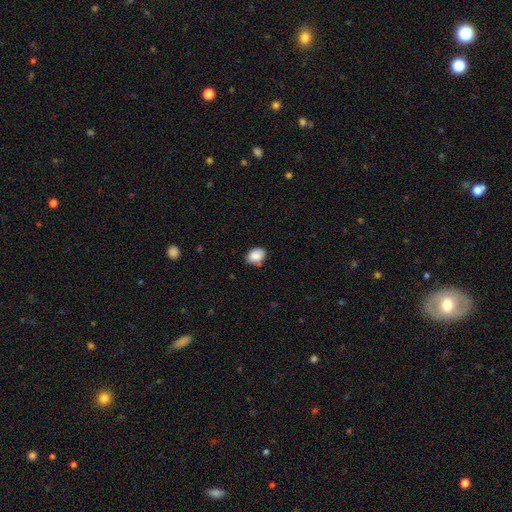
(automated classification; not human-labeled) smooth_or_featured: smooth (p=0.87) [alt: star or artifact p=0.08]
how_rounded: in between (p=0.66) [alt: round p=0.33]
merging: none (p=0.70) [alt: minor disturbance p=0.23]